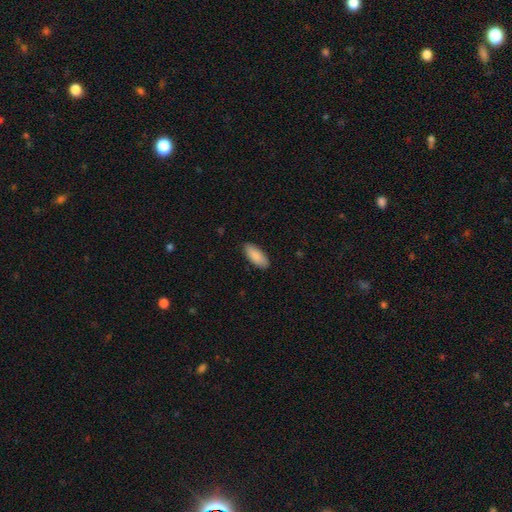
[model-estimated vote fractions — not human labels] Smooth or featured? Predicted: smooth (p=0.90). How rounded? Predicted: in between (p=0.83). Merging? Predicted: none (p=0.89).